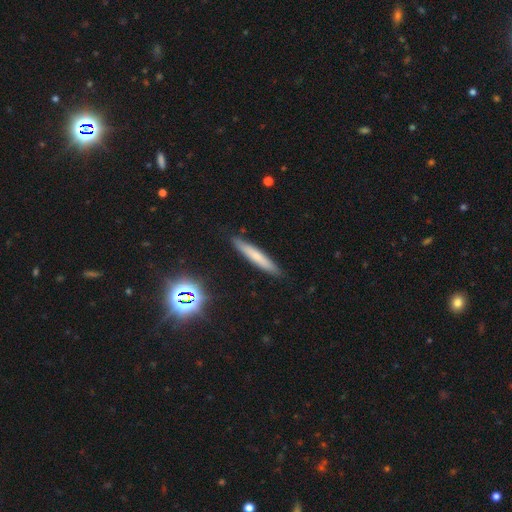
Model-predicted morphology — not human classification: This is likely a smooth galaxy (63%). How rounded: clearly cigar-shaped (93%). Merging: clearly none (89%).